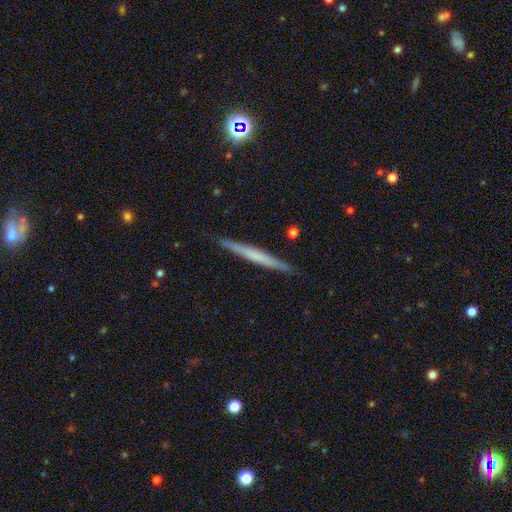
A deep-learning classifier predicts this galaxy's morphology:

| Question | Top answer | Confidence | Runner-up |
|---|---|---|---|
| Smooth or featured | featured or disk | 48% | smooth (46%) |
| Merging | none | 90% | minor disturbance (8%) |